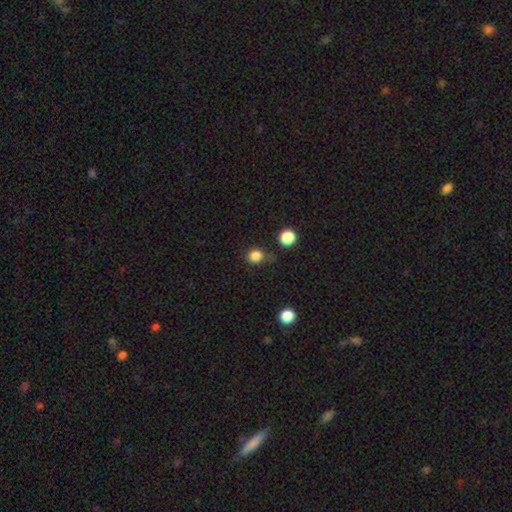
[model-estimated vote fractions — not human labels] Smooth or featured?
  - smooth: 83% *
  - star or artifact: 14%
  - featured or disk: 4%
How rounded?
  - round: 87% *
  - in between: 12%
  - cigar-shaped: 1%
Merging?
  - none: 75% *
  - minor disturbance: 14%
  - merger: 7%
  - major disturbance: 4%